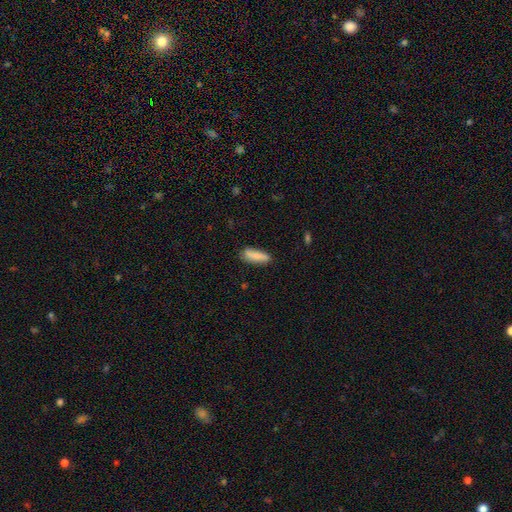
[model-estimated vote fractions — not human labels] Morphology: type=smooth (83%); roundness=in between (50%); merging=none (79%).